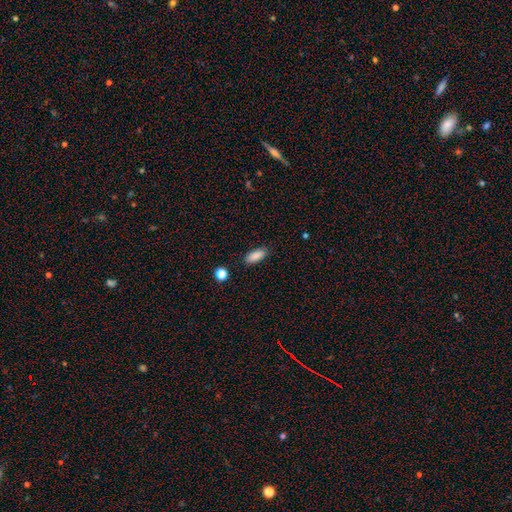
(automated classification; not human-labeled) Q: Smooth or featured?
A: smooth (88%); runner-up: star or artifact (8%)
Q: How rounded?
A: in between (81%); runner-up: cigar-shaped (16%)
Q: Merging?
A: none (87%); runner-up: minor disturbance (9%)